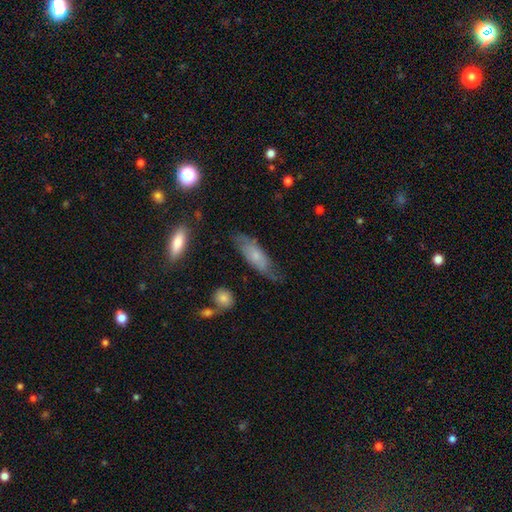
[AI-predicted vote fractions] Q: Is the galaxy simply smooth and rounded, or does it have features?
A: smooth — 54%.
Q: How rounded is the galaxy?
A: in between — 59%.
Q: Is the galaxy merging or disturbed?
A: none — 61%.